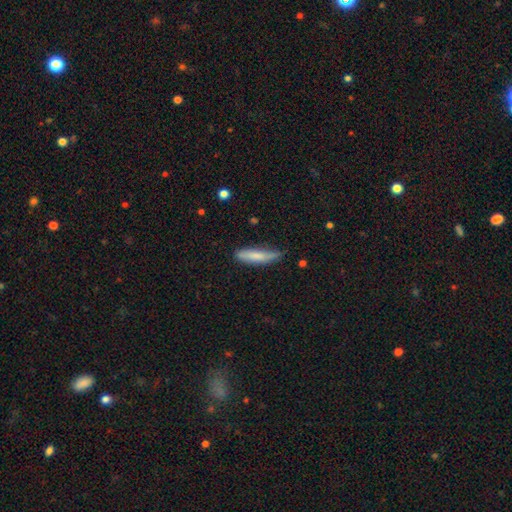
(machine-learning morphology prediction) This is likely a smooth galaxy (77%). How rounded: likely cigar-shaped (80%). Merging: likely none (64%).